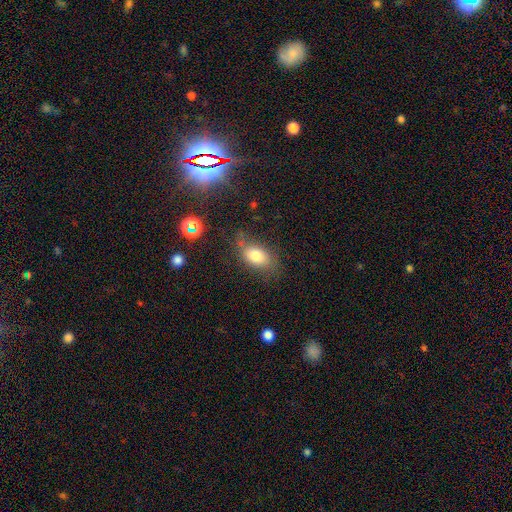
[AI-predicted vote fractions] Q: Smooth or featured?
A: smooth (75%); runner-up: featured or disk (14%)
Q: How rounded?
A: in between (84%); runner-up: round (13%)
Q: Merging?
A: none (63%); runner-up: minor disturbance (24%)